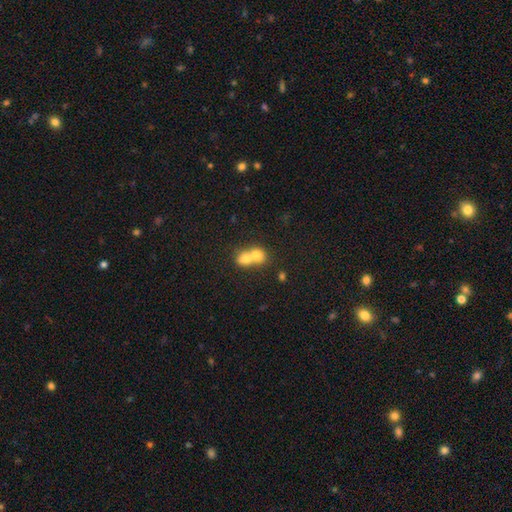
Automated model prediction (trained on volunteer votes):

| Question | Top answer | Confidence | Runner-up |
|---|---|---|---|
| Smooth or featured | smooth | 72% | featured or disk (18%) |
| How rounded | round | 54% | in between (45%) |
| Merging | merger | 75% | none (17%) |